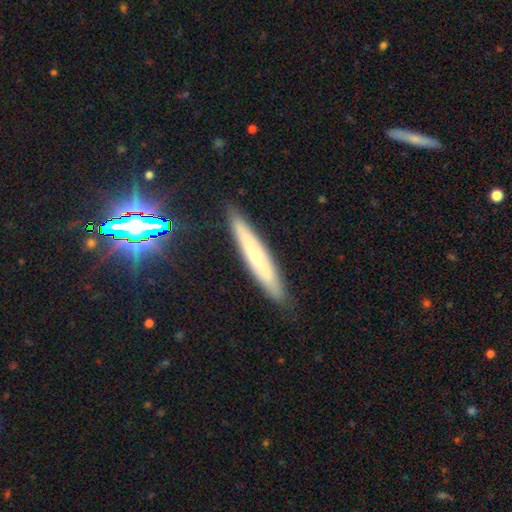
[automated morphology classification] type=smooth (47%); merging=none (88%).